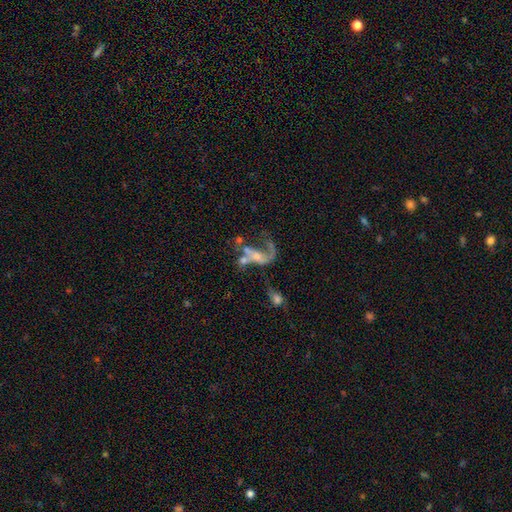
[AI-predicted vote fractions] This appears to be a featured or disk galaxy (67%) with no bar (62%), spiral arms (60%) and a small central bulge (36%). Merging: merger (35%, tied with major disturbance).